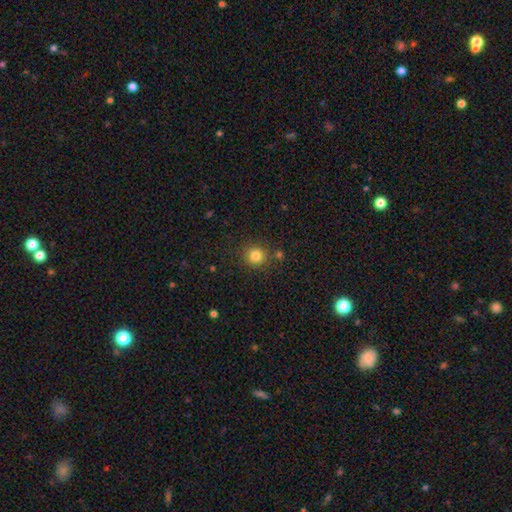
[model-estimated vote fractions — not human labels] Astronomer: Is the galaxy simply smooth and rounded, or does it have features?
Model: smooth — 82%.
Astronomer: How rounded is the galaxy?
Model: round — 92%.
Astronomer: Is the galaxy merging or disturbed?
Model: none — 84%.